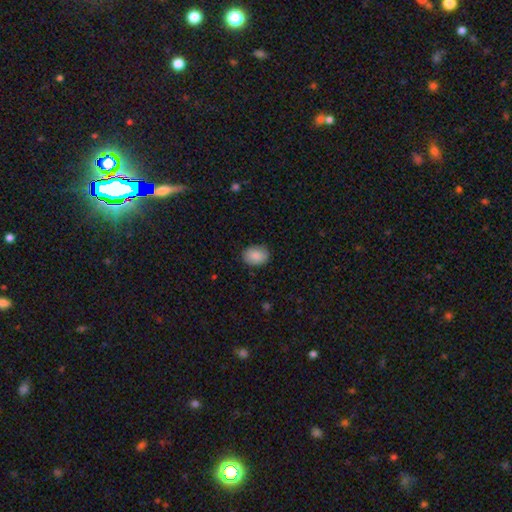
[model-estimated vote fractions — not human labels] smooth 88%, star or artifact 7%, featured or disk 6%. Down the decision tree: how rounded — in between (68%); merging — none (86%).